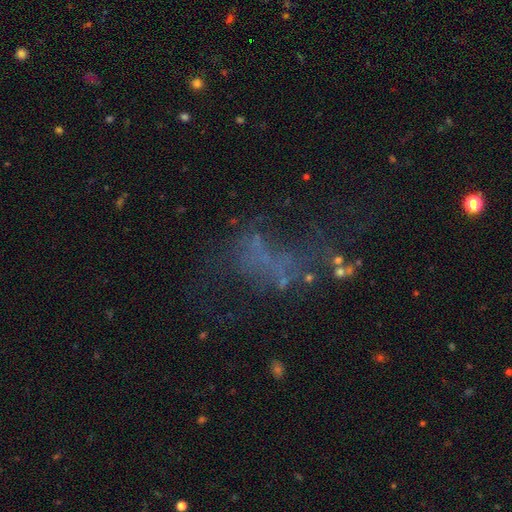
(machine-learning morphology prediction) Smooth or featured: featured or disk — 41% (star or artifact — 34%)
Merging: none — 41% (major disturbance — 35%)